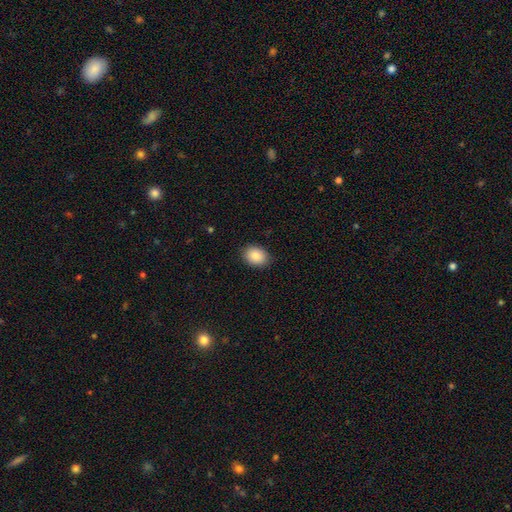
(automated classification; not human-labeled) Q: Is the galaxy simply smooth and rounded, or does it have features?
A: smooth — 89%.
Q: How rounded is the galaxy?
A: in between — 69%.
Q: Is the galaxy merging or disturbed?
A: none — 86%.